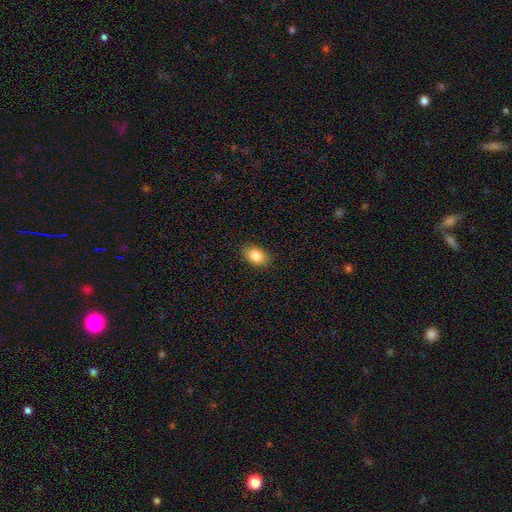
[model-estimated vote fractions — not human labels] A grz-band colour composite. It shows a smooth galaxy with no disk features (86%) that is in between round and cigar-shaped (87%). Merging: none (86%).